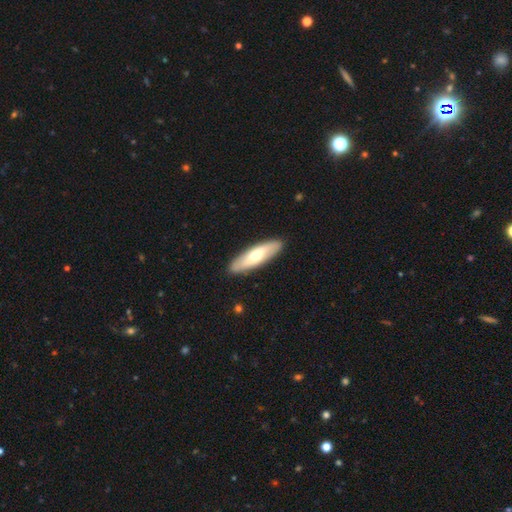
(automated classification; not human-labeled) Smooth or featured: smooth — 56% (featured or disk — 39%)
How rounded: cigar-shaped — 61% (in between — 37%)
Merging: none — 90% (minor disturbance — 7%)